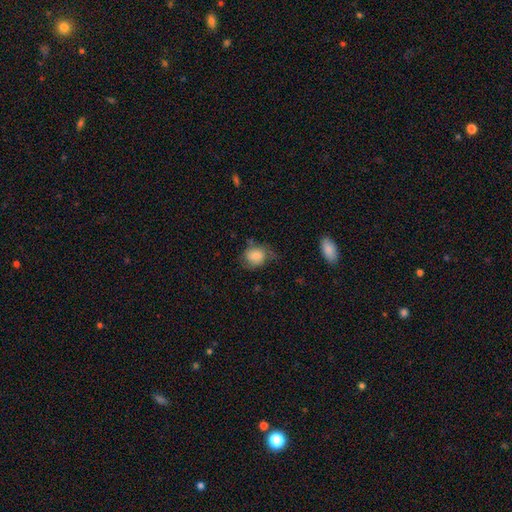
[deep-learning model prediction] smooth_or_featured: smooth (p=0.78) [alt: featured or disk p=0.14]
how_rounded: round (p=0.57) [alt: in between p=0.42]
merging: none (p=0.48) [alt: minor disturbance p=0.33]